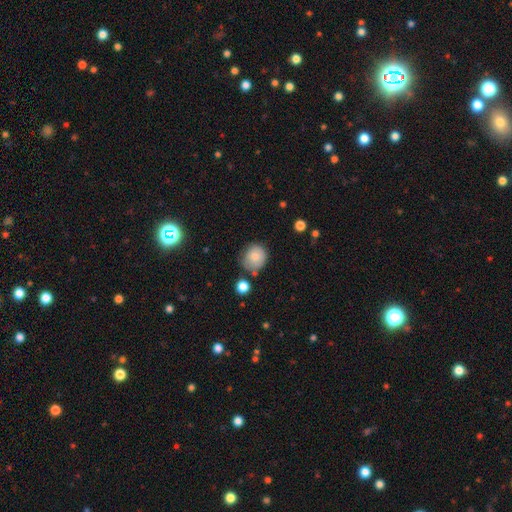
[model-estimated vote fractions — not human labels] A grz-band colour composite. It shows a smooth galaxy with no disk features (78%) that is round (82%). Merging: none (69%).